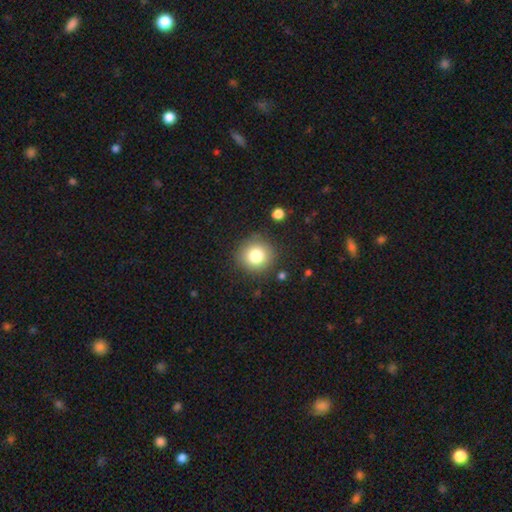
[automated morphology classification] The model was most divided on "smooth or featured": smooth: 80%, star or artifact: 11%, featured or disk: 9%. More confident: how rounded — round (92%); merging — none (87%).